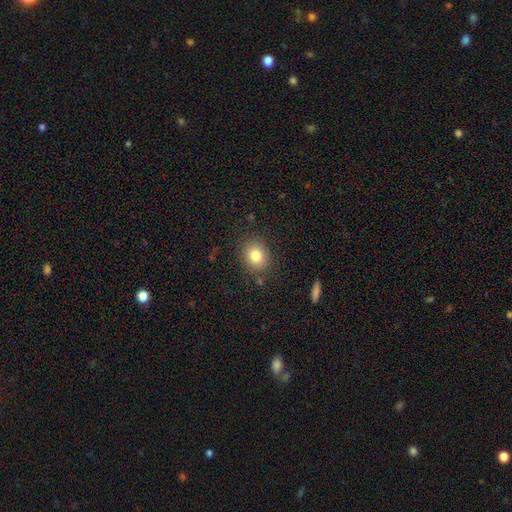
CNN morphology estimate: A smooth galaxy with no disk features (81%) that is round (65%). Merging: none (84%).